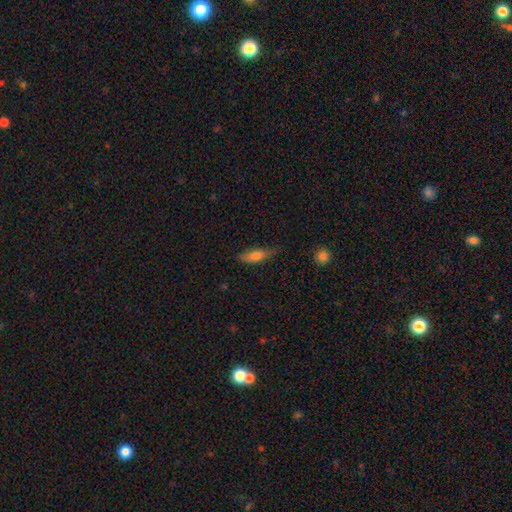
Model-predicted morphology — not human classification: Q: Smooth or featured?
A: smooth (71%); runner-up: featured or disk (21%)
Q: How rounded?
A: in between (53%); runner-up: cigar-shaped (45%)
Q: Merging?
A: none (69%); runner-up: minor disturbance (25%)